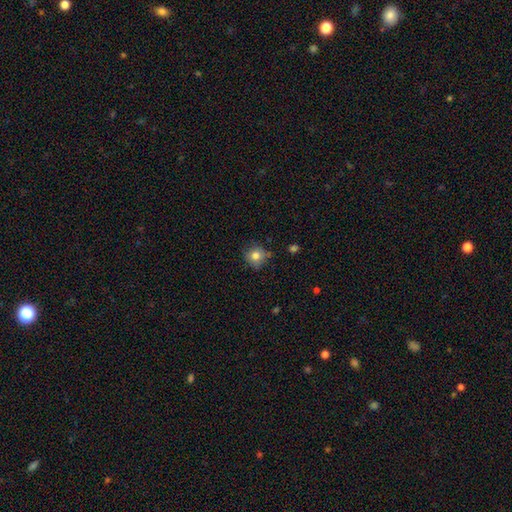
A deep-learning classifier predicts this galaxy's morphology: Smooth or featured? smooth (80%)
How rounded? round (89%)
Merging? none (74%)